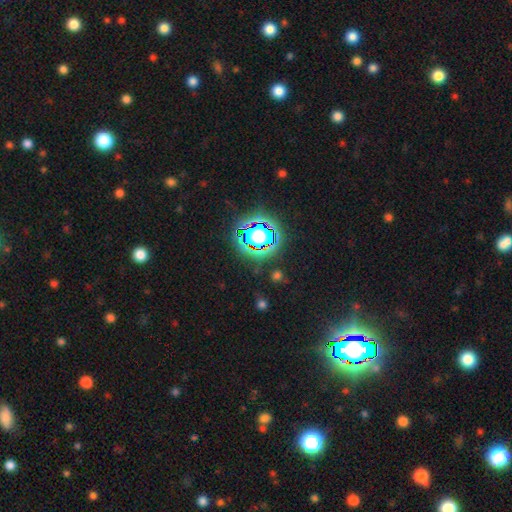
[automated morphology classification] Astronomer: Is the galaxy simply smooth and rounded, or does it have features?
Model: star or artifact — 81%.